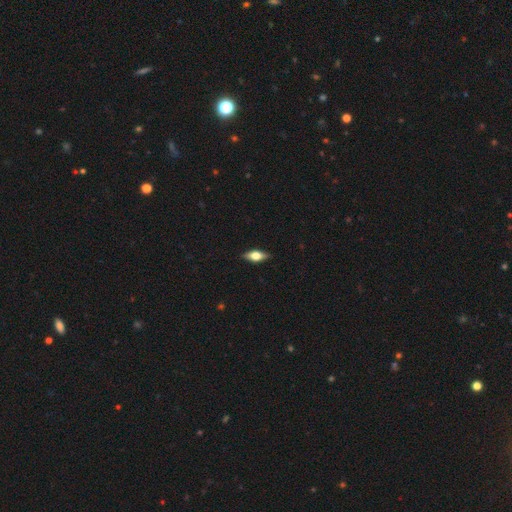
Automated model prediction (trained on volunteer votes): A smooth galaxy with no disk features (52%) that is in between round and cigar-shaped (72%).

Vote fractions:
- Smooth or featured? smooth: 52% / featured or disk: 41% / star or artifact: 7%
- How rounded? in between: 72% / cigar-shaped: 23% / round: 4%
- Merging? none: 88% / minor disturbance: 9% / major disturbance: 2% / merger: 1%